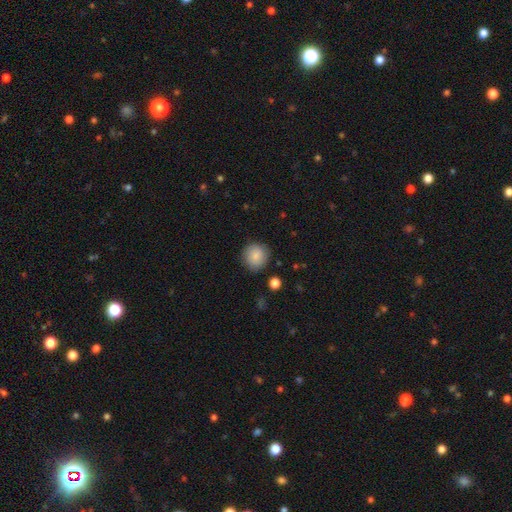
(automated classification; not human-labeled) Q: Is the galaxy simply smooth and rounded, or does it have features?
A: smooth — 86%.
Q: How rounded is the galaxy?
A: round — 91%.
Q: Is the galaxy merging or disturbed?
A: none — 87%.